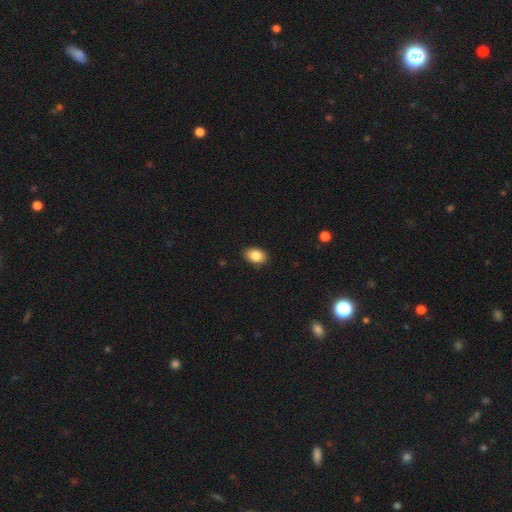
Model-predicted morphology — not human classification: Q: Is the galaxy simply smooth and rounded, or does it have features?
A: smooth — 85%.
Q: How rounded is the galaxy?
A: in between — 84%.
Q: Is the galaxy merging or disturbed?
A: none — 88%.